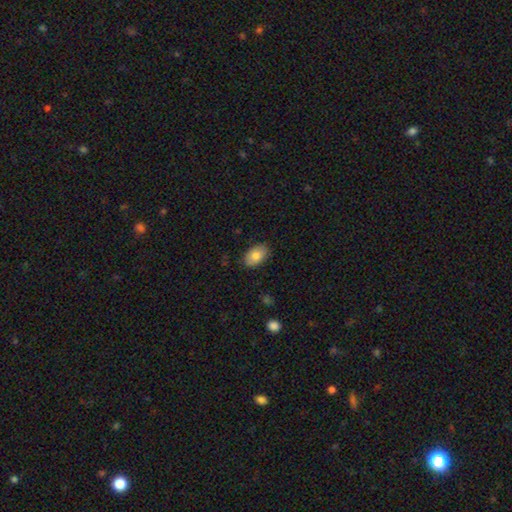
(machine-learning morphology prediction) smooth-or-featured: smooth: 82% | featured or disk: 12% | star or artifact: 7%
  how-rounded: in between: 91% | round: 8% | cigar-shaped: 1%
  merging: none: 86% | minor disturbance: 11% | major disturbance: 2% | merger: 1%